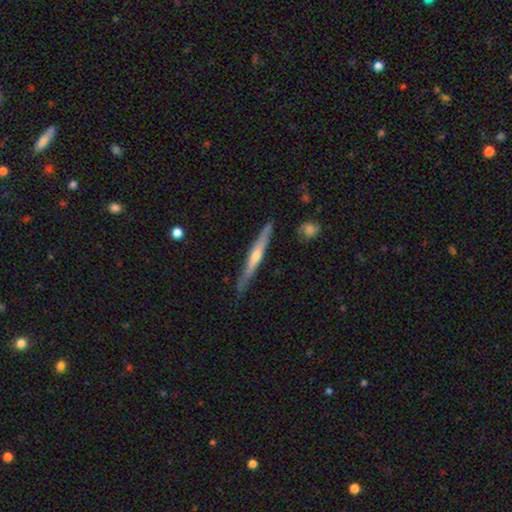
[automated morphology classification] The model was most divided on "smooth or featured": featured or disk: 70%, smooth: 25%, star or artifact: 5%. More confident: edge-on disk — yes (97%); merging — none (84%); edge-on bulge — rounded (73%).